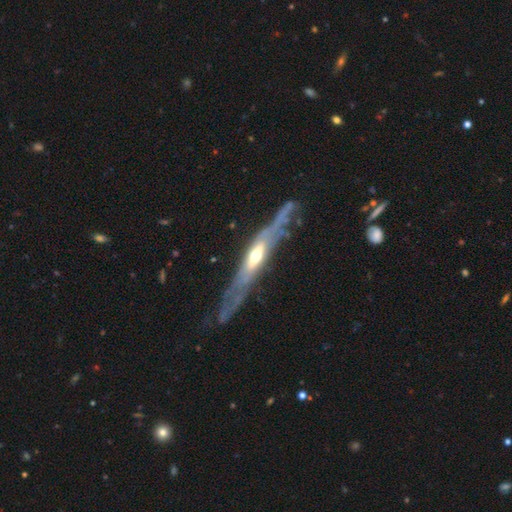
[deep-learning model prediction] A featured or disk galaxy (78%) viewed edge-on (71%) with a rounded central bulge (77%). Merging: none (55%).